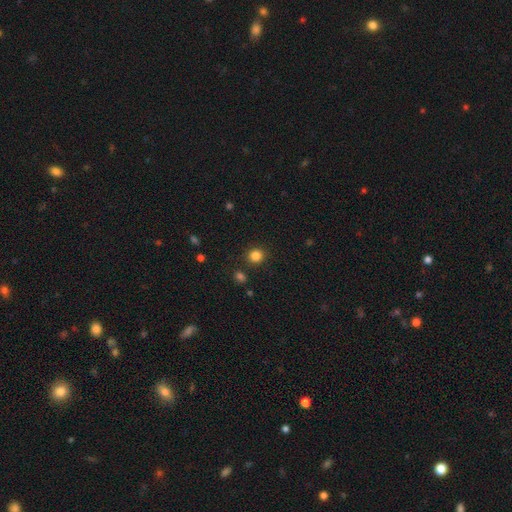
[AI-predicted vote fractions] Overall: smooth (84%). How rounded: round (90%). Merging: none (89%).